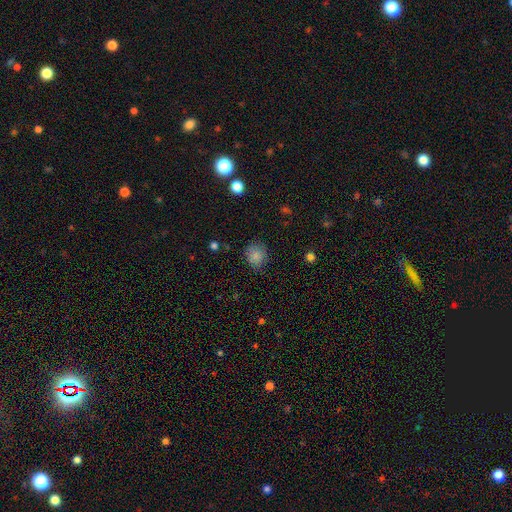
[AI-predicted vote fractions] Q: Smooth or featured?
A: smooth (83%); runner-up: star or artifact (11%)
Q: How rounded?
A: round (78%); runner-up: in between (21%)
Q: Merging?
A: none (77%); runner-up: minor disturbance (17%)